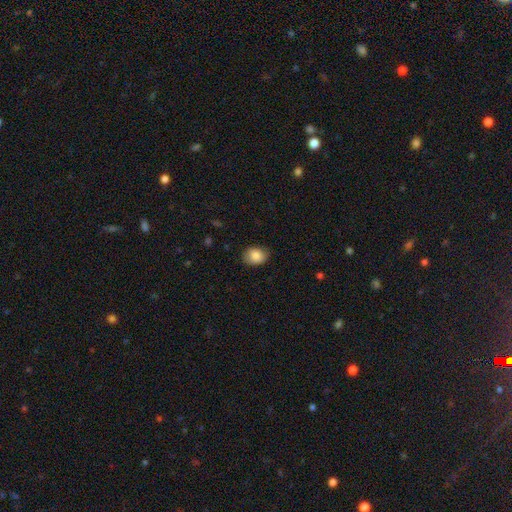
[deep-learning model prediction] smooth-or-featured: smooth: 86% | star or artifact: 8% | featured or disk: 6%
  how-rounded: in between: 61% | round: 38% | cigar-shaped: 1%
  merging: none: 81% | minor disturbance: 15% | major disturbance: 3% | merger: 1%